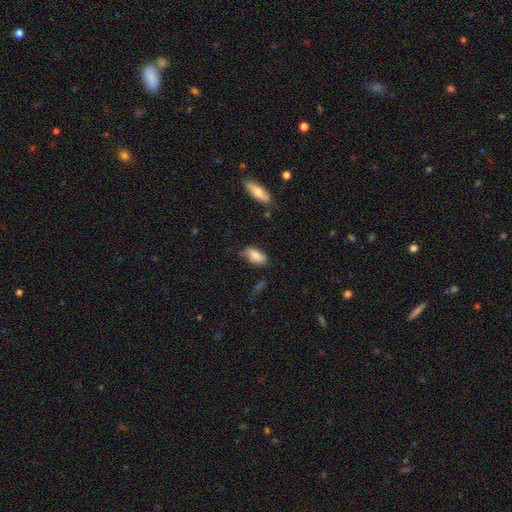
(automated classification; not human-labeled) The model was most divided on "merging": none: 61%, minor disturbance: 30%, major disturbance: 6%, merger: 3%. More confident: how rounded — in between (89%); smooth or featured — smooth (82%).